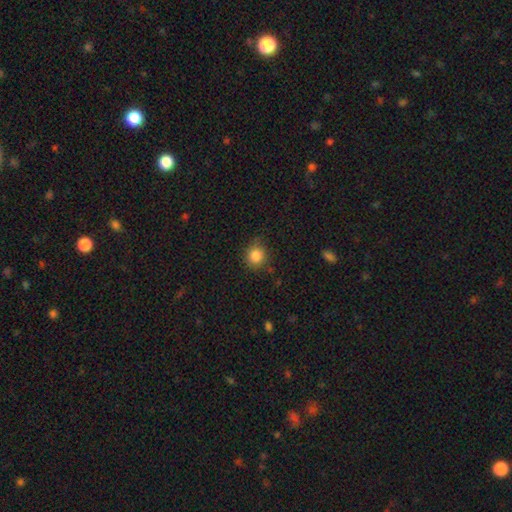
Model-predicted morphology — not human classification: This appears to be a smooth galaxy with no disk features (85%) that is round (86%). Merging: none (77%).